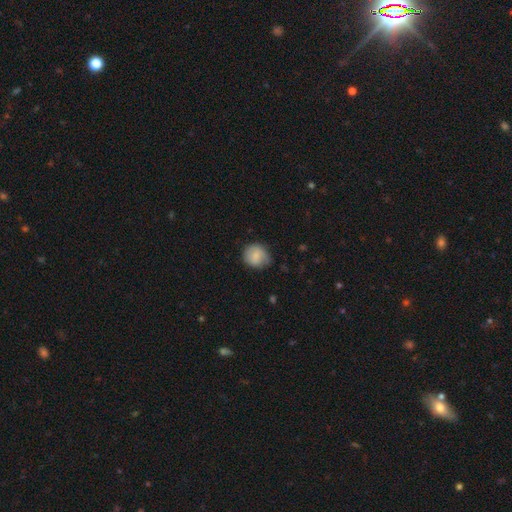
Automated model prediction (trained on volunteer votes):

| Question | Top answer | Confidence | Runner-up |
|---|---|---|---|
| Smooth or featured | smooth | 80% | featured or disk (13%) |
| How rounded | round | 83% | in between (16%) |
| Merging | none | 67% | minor disturbance (26%) |